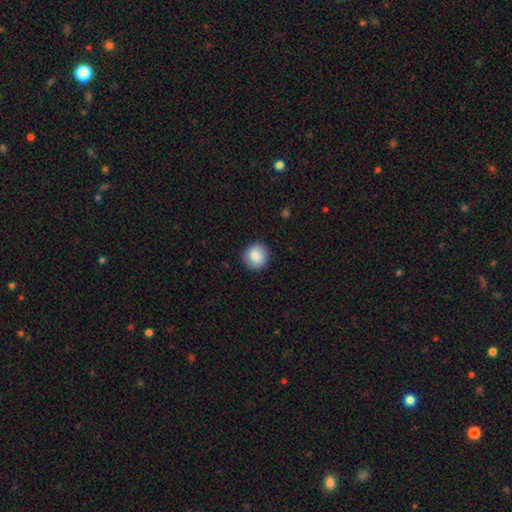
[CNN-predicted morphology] Smooth or featured: smooth — 86% (star or artifact — 7%)
How rounded: round — 90% (in between — 9%)
Merging: none — 88% (minor disturbance — 9%)